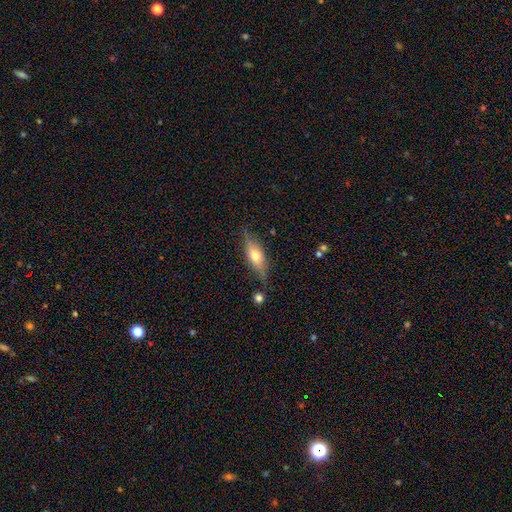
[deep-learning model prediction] Q: Smooth or featured?
A: featured or disk (47%); runner-up: smooth (46%)
Q: Merging?
A: none (76%); runner-up: minor disturbance (17%)